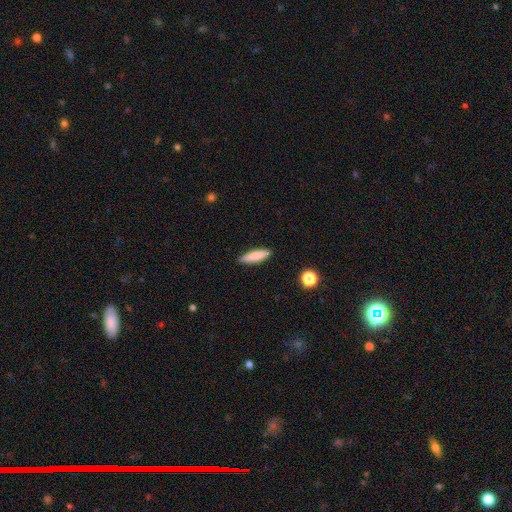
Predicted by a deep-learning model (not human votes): smooth_or_featured: smooth (p=0.82) [alt: featured or disk p=0.12]
how_rounded: cigar-shaped (p=0.72) [alt: in between p=0.26]
merging: none (p=0.88) [alt: minor disturbance p=0.09]